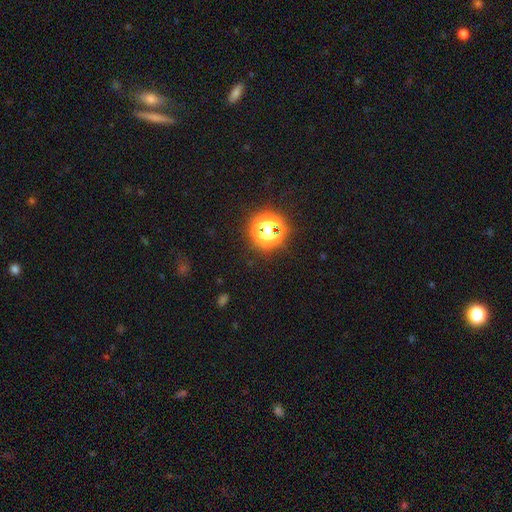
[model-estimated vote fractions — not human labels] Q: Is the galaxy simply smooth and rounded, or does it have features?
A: star or artifact — 73%.